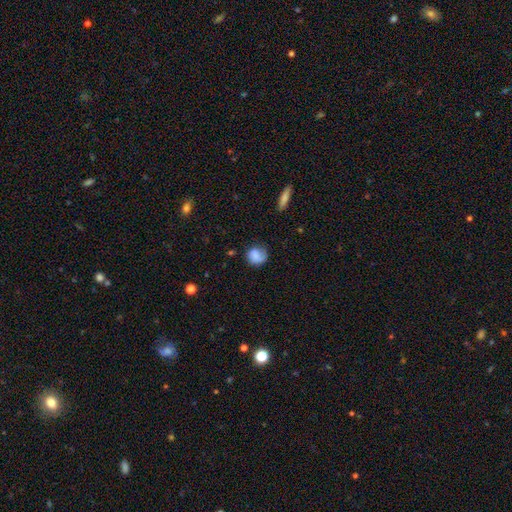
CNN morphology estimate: Q: Smooth or featured?
A: smooth (75%); runner-up: featured or disk (18%)
Q: How rounded?
A: round (76%); runner-up: in between (23%)
Q: Merging?
A: none (56%); runner-up: minor disturbance (28%)